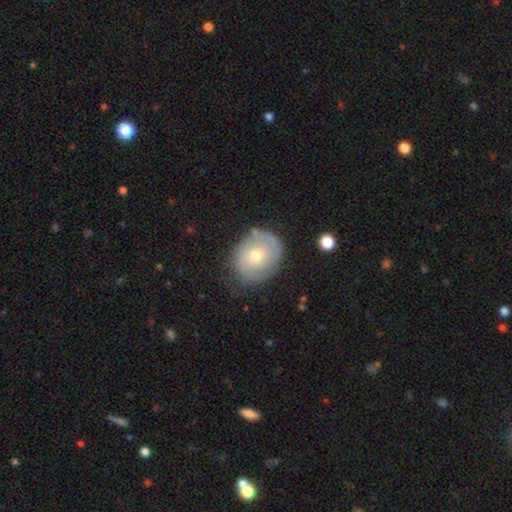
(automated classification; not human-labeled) smooth 53%, featured or disk 40%, star or artifact 8%. Down the decision tree: how rounded — round (58%); merging — none (71%).